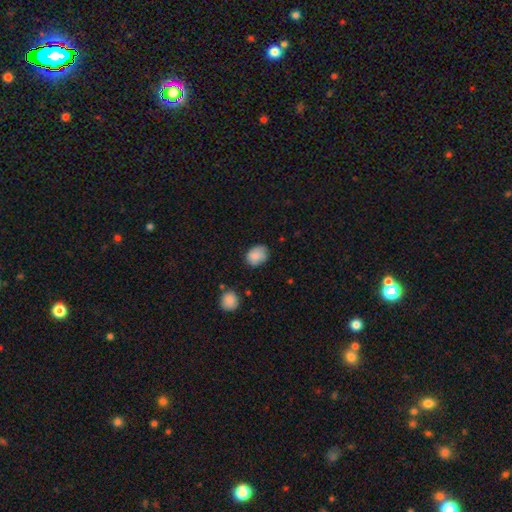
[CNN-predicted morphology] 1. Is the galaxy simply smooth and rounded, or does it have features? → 83% smooth, 9% featured or disk, 8% star or artifact.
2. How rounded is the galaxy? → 54% in between, 45% round, 1% cigar-shaped.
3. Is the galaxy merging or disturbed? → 64% none, 28% minor disturbance, 6% major disturbance, 2% merger.